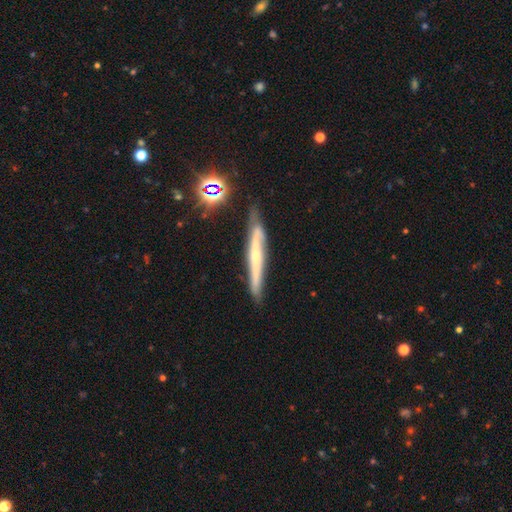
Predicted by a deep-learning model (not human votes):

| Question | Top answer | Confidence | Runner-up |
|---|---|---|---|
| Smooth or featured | featured or disk | 65% | smooth (27%) |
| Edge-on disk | yes | 84% | no (16%) |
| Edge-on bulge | rounded | 47% | none (44%) |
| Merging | none | 69% | minor disturbance (22%) |